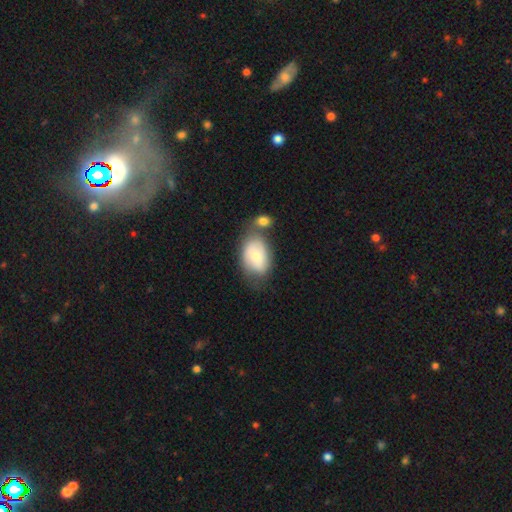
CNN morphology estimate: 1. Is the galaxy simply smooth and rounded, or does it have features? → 64% smooth, 29% featured or disk, 6% star or artifact.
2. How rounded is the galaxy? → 87% in between, 12% round, 1% cigar-shaped.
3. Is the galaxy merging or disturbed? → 40% none, 29% merger, 23% minor disturbance, 9% major disturbance.